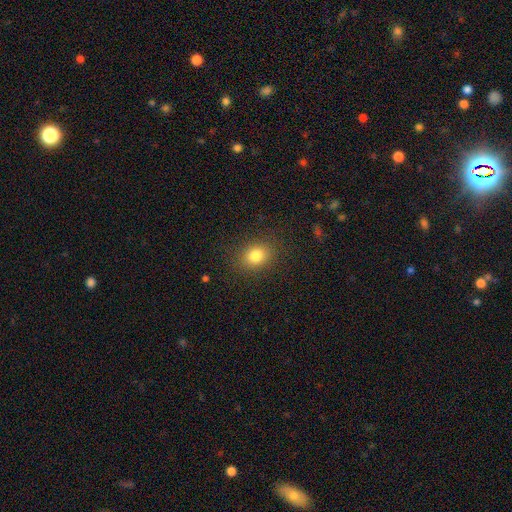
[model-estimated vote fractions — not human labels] Smooth or featured? Predicted: smooth (p=0.81). How rounded? Predicted: round (p=0.52). Merging? Predicted: none (p=0.87).